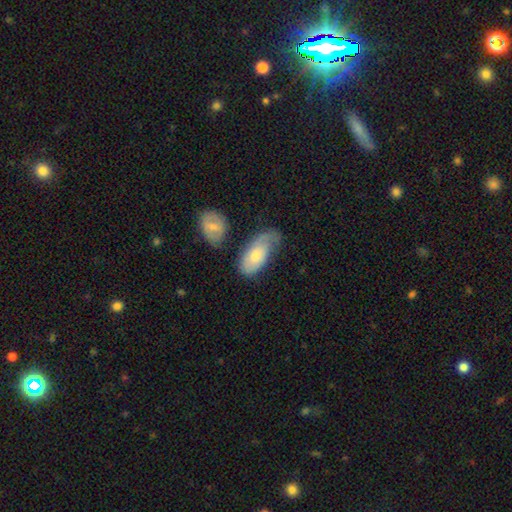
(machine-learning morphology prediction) This appears to be a smooth galaxy with no disk features (59%) that is in between round and cigar-shaped (91%). Merging: none (39%).